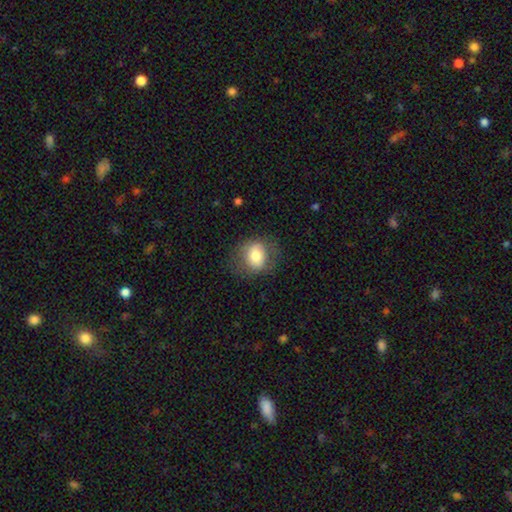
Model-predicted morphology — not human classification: smooth_or_featured: smooth (p=0.72) [alt: featured or disk p=0.20]
how_rounded: round (p=0.59) [alt: in between p=0.40]
merging: none (p=0.74) [alt: minor disturbance p=0.17]